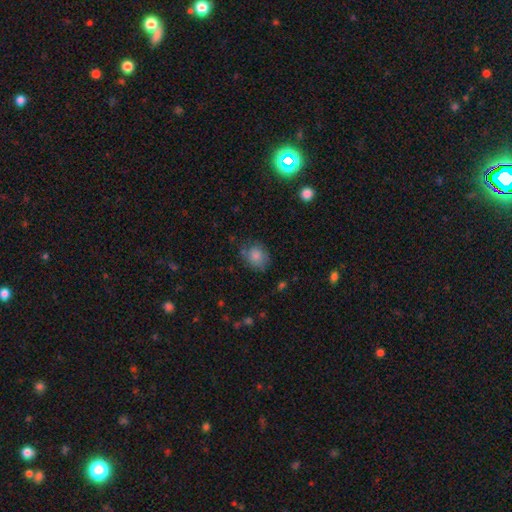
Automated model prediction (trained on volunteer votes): Overall: smooth (83%). How rounded: round (65%; in between 34%). Merging: none (68%).